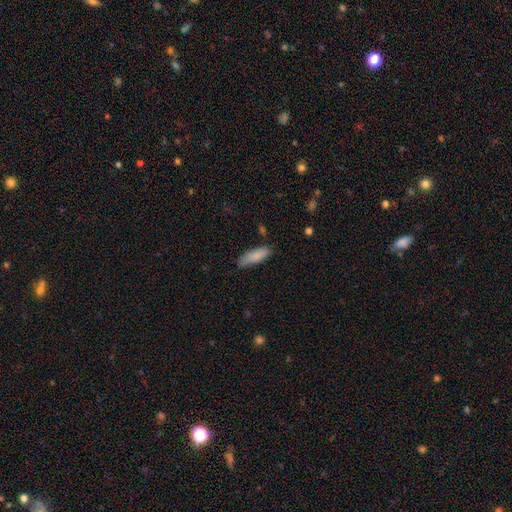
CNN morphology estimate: Smooth or featured? Predicted: smooth (p=0.86). How rounded? Predicted: in between (p=0.55). Merging? Predicted: none (p=0.78).